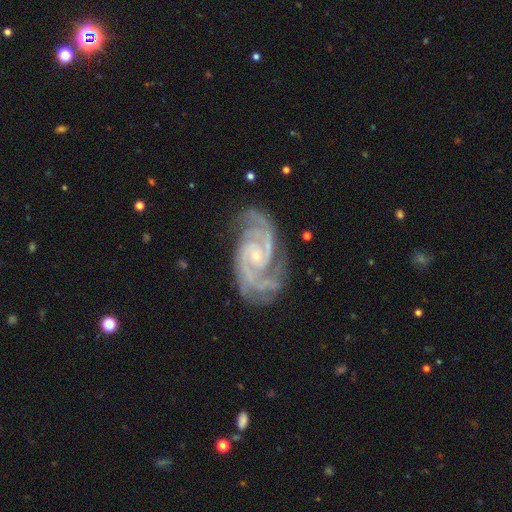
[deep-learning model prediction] This is clearly a featured or disk galaxy (93%). It is clearly not viewed edge-on (98%). Bar: possibly no (58%). Spiral arm pattern: clearly yes (99%). Spiral arm count: possibly 2 (60%). Spiral winding: possibly tight (55%). Central bulge: likely small (80%). Merging: likely none (72%).